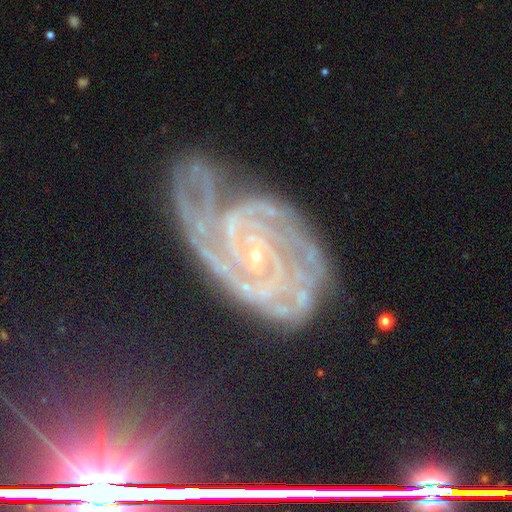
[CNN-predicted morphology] A featured or disk galaxy (88%) with no bar (57%), 2 (27%) tight (69%) spiral arms (98%) and a small central bulge (87%).

Vote fractions:
- Smooth or featured? featured or disk: 88% / star or artifact: 8% / smooth: 4%
- Edge-on disk? no: 97% / yes: 3%
- Bar? no: 57% / weak: 29% / strong: 14%
- Spiral arms? yes: 98% / no: 2%
- Spiral winding? tight: 69% / medium: 25% / loose: 5%
- Spiral arm count? 2: 27% / 3: 22% / can't tell: 19% / 4: 14% / more than 4: 10% / 1: 9%
- Bulge size? small: 87% / moderate: 9% / none: 2% / large: 1% / dominant: 1%
- Merging? none: 48% / minor disturbance: 27% / major disturbance: 19% / merger: 6%